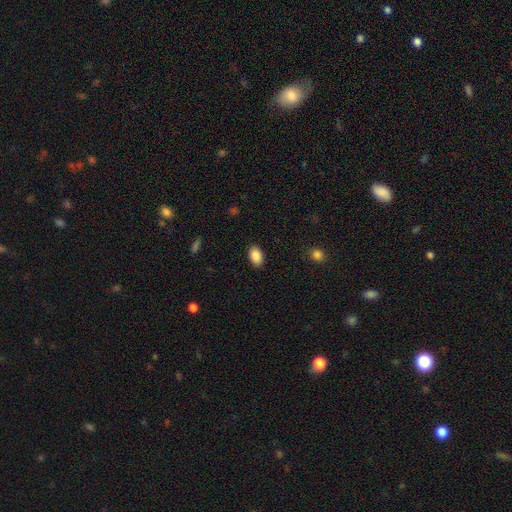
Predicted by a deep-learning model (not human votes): Smooth or featured?
  - smooth: 89% *
  - star or artifact: 7%
  - featured or disk: 4%
How rounded?
  - in between: 90% *
  - round: 9%
  - cigar-shaped: 1%
Merging?
  - none: 88% *
  - minor disturbance: 8%
  - major disturbance: 2%
  - merger: 1%